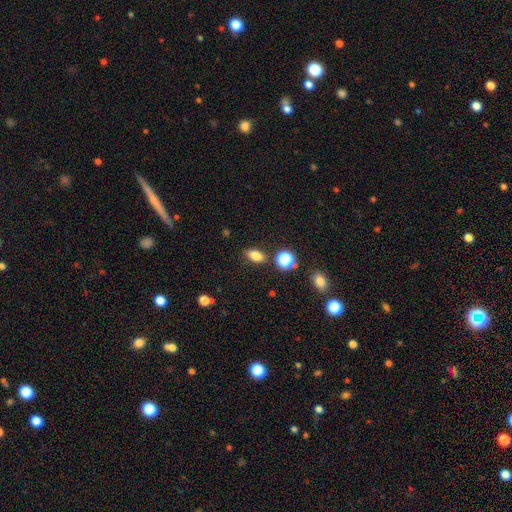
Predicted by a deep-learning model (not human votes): smooth-or-featured: smooth: 79% | star or artifact: 13% | featured or disk: 8%
  how-rounded: in between: 80% | round: 14% | cigar-shaped: 6%
  merging: none: 82% | minor disturbance: 10% | merger: 5% | major disturbance: 3%